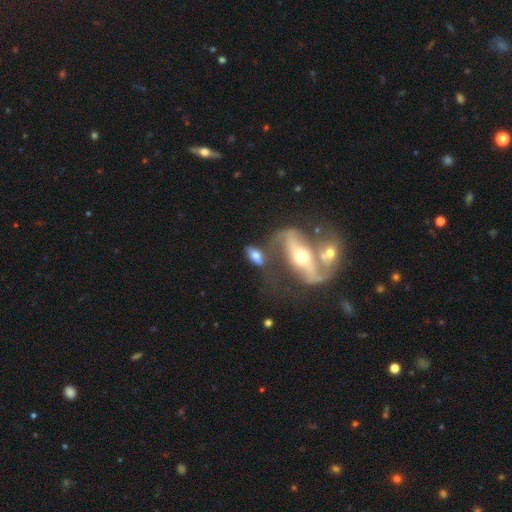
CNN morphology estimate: smooth 49%, featured or disk 42%, star or artifact 8%. Down the decision tree: merging — none (43%).